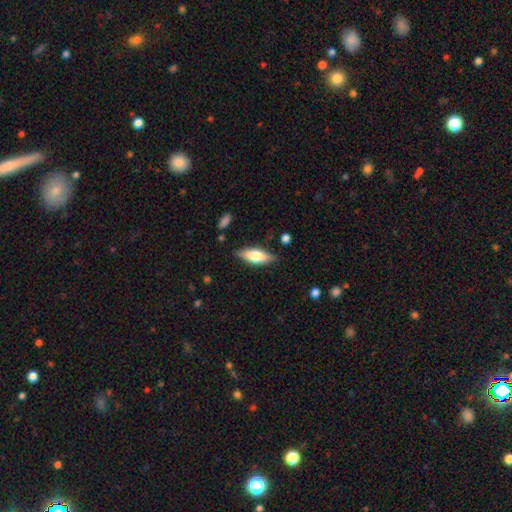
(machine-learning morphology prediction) smooth-or-featured: smooth: 51% | featured or disk: 42% | star or artifact: 6%
  how-rounded: in between: 64% | cigar-shaped: 33% | round: 3%
  merging: none: 83% | minor disturbance: 13% | major disturbance: 3% | merger: 2%